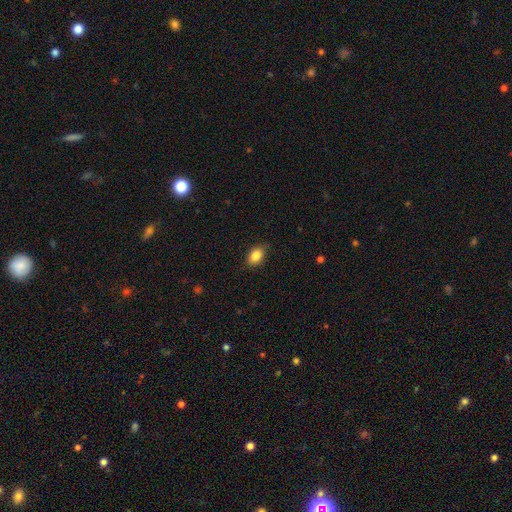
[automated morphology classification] Smooth or featured?
  - smooth: 85% *
  - star or artifact: 8%
  - featured or disk: 6%
How rounded?
  - in between: 76% *
  - round: 22%
  - cigar-shaped: 2%
Merging?
  - none: 81% *
  - minor disturbance: 15%
  - major disturbance: 3%
  - merger: 1%